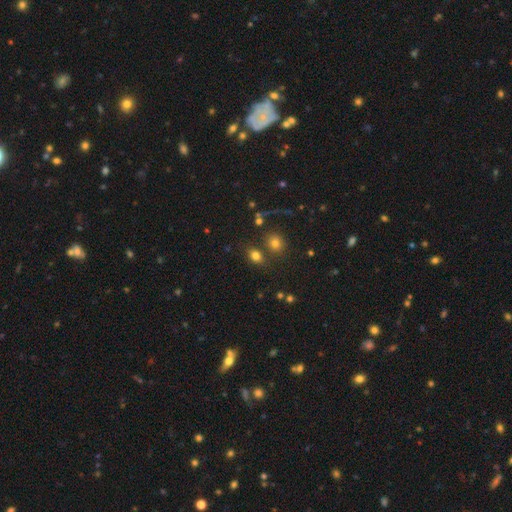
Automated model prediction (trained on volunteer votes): smooth_or_featured: smooth (p=0.76) [alt: star or artifact p=0.15]
how_rounded: in between (p=0.67) [alt: round p=0.31]
merging: none (p=0.69) [alt: merger p=0.15]